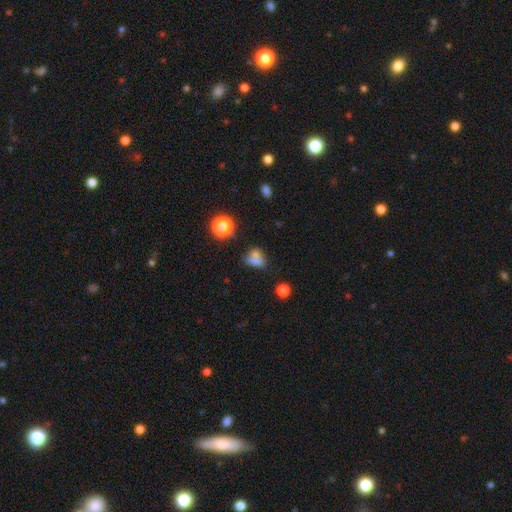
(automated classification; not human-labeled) smooth 67%, star or artifact 17%, featured or disk 16%. Down the decision tree: how rounded — in between (58%); merging — none (35%, tied with merger).